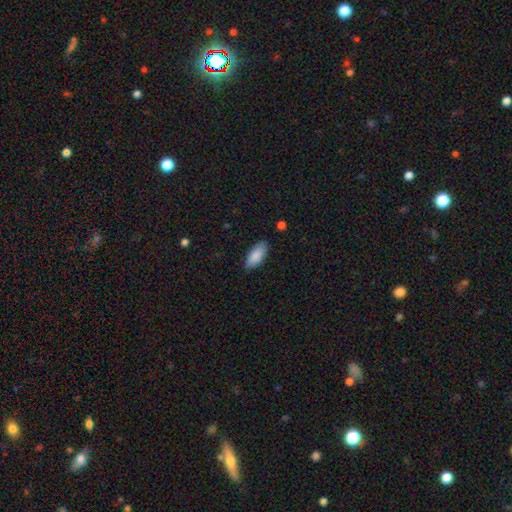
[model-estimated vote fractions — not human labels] smooth 87%, featured or disk 7%, star or artifact 6%. Down the decision tree: how rounded — in between (88%); merging — none (84%).